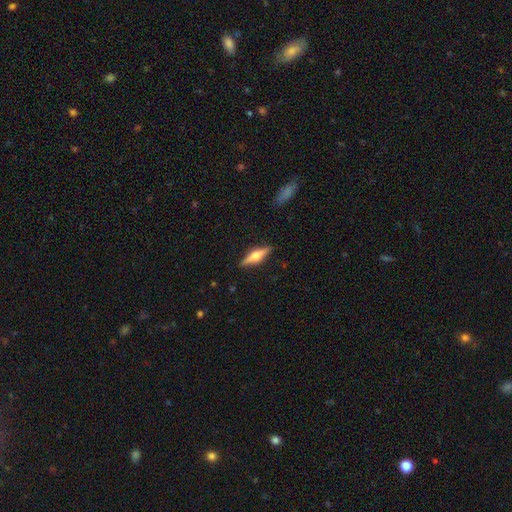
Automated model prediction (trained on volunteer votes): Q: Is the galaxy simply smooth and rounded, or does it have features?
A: featured or disk — 62%.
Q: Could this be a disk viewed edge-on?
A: yes — 97%.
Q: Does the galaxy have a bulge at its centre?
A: rounded — 90%.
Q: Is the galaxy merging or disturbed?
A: none — 89%.